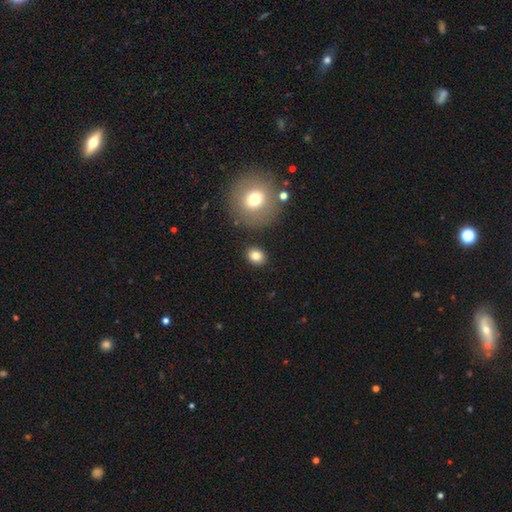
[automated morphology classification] smooth_or_featured: smooth (p=0.81) [alt: star or artifact p=0.11]
how_rounded: round (p=0.54) [alt: in between p=0.45]
merging: none (p=0.86) [alt: minor disturbance p=0.08]